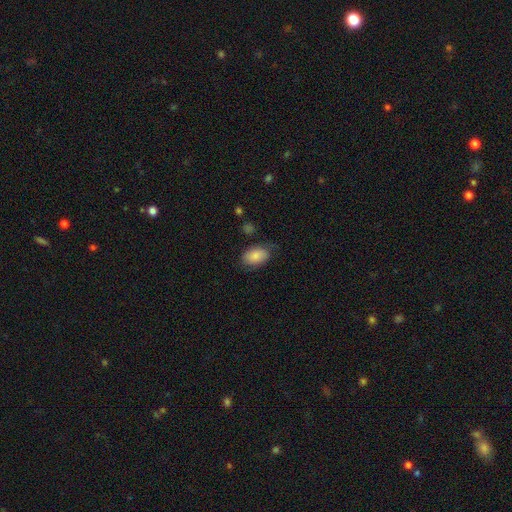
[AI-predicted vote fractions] The model was most divided on "merging": none: 67%, minor disturbance: 23%, major disturbance: 7%, merger: 2%. More confident: how rounded — in between (91%); smooth or featured — smooth (83%).